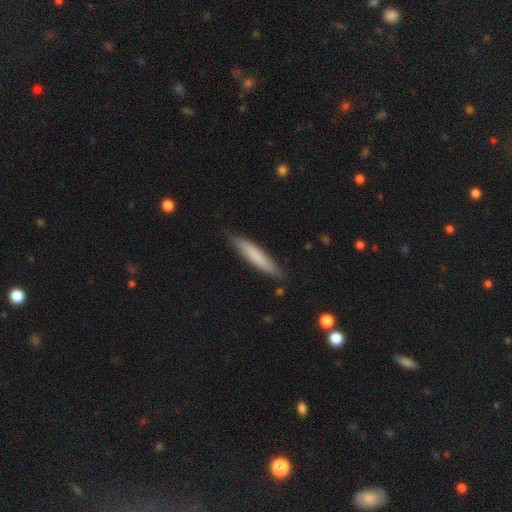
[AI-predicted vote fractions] Q: Smooth or featured?
A: smooth (73%); runner-up: featured or disk (21%)
Q: How rounded?
A: cigar-shaped (90%); runner-up: in between (8%)
Q: Merging?
A: none (82%); runner-up: minor disturbance (14%)